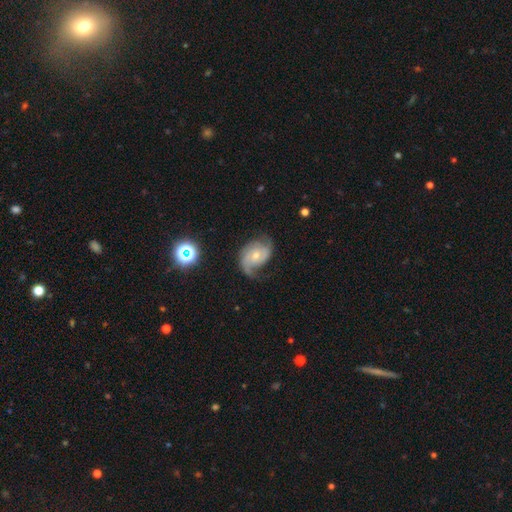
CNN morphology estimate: featured or disk 77%, smooth 15%, star or artifact 8%. Down the decision tree: edge-on disk — no (97%); bar — no (67%); spiral arms — yes (93%); spiral arm count — 2 (64%); spiral winding — medium (41%); bulge size — small (55%); merging — none (53%).